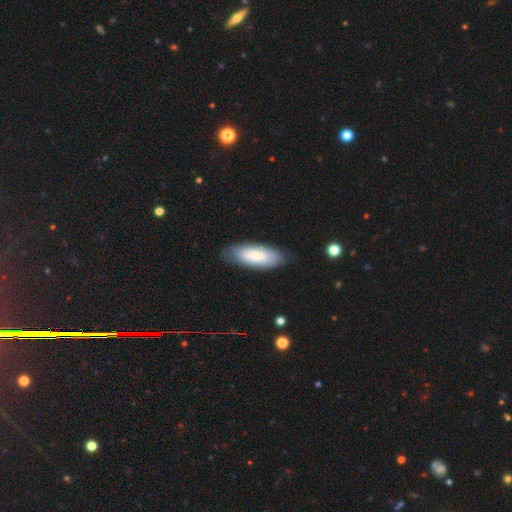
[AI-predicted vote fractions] This is clearly a smooth galaxy (81%). How rounded: likely in between (77%). Merging: clearly none (80%).